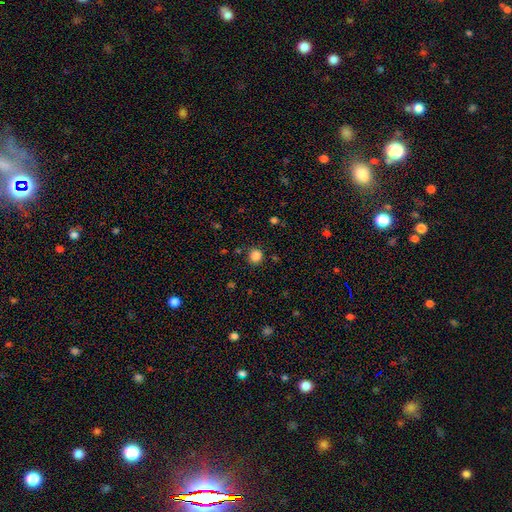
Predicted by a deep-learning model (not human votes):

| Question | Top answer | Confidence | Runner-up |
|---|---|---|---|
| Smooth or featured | smooth | 85% | star or artifact (12%) |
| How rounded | round | 92% | in between (7%) |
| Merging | none | 89% | minor disturbance (7%) |